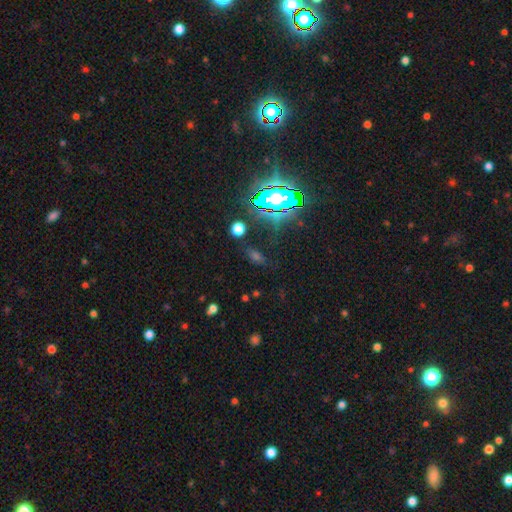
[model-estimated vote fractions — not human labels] smooth-or-featured: star or artifact: 55% | smooth: 31% | featured or disk: 14%